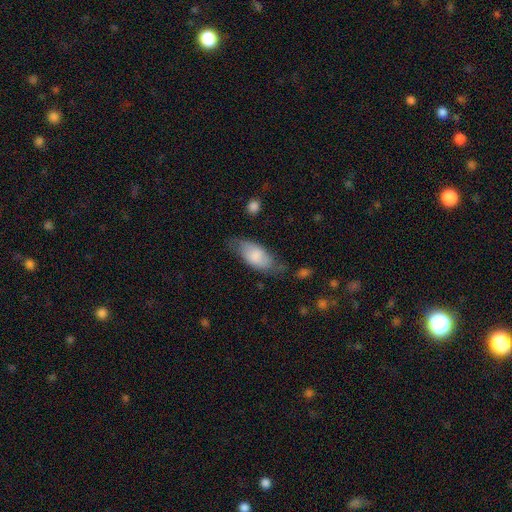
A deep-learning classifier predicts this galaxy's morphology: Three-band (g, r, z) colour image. It shows a smooth galaxy with no disk features (74%) that is in between round and cigar-shaped (87%). Merging: none (58%).